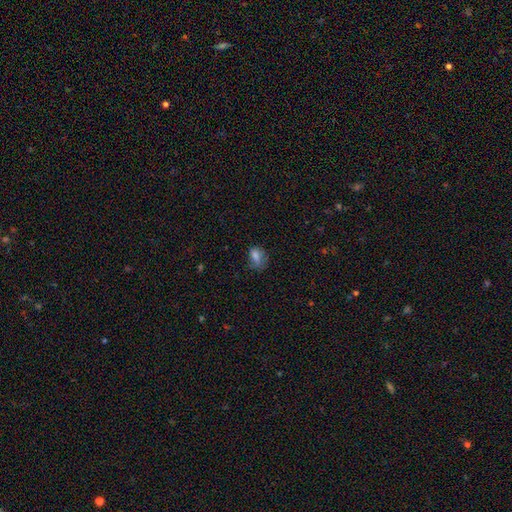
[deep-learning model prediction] Smooth or featured? Predicted: smooth (p=0.73). How rounded? Predicted: in between (p=0.76). Merging? Predicted: none (p=0.43).